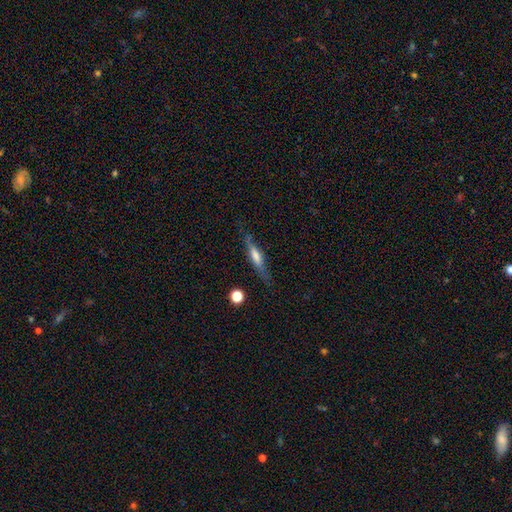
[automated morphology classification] A featured or disk galaxy (51%) viewed edge-on (88%). Merging: none (75%).